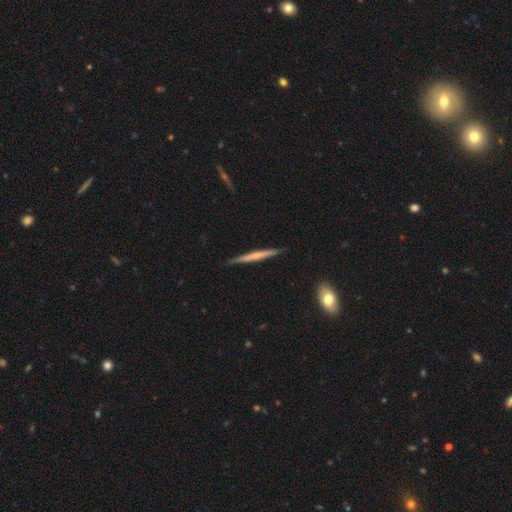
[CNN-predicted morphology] smooth-or-featured: featured or disk: 50% | smooth: 44% | star or artifact: 6%
  disk-edge-on: yes: 97% | no: 3%
  merging: none: 88% | minor disturbance: 9% | major disturbance: 1% | merger: 1%